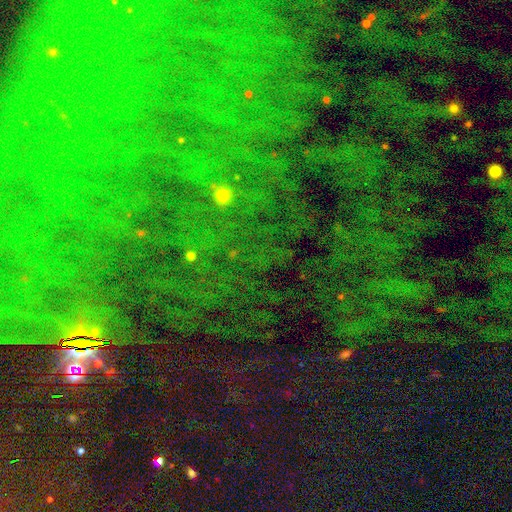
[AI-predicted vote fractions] Smooth or featured? star or artifact (85%)